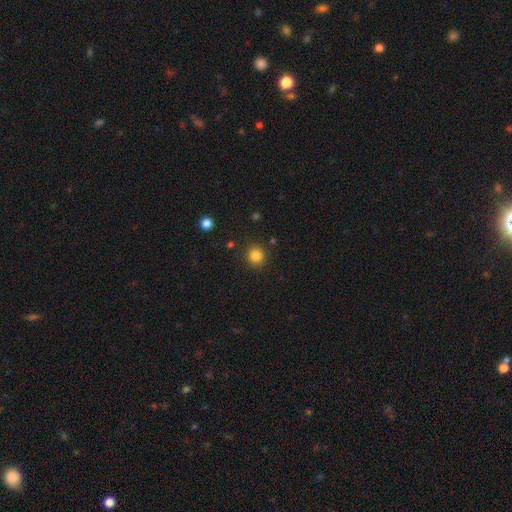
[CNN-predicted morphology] The model was most divided on "smooth or featured": smooth: 83%, star or artifact: 12%, featured or disk: 4%. More confident: how rounded — round (92%); merging — none (90%).